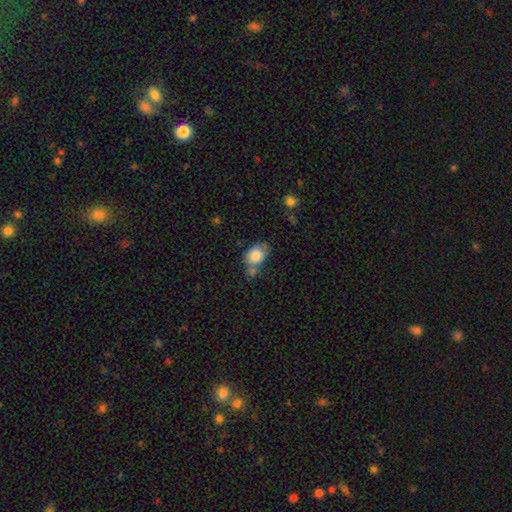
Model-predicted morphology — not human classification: Smooth or featured? Predicted: smooth (p=0.81). How rounded? Predicted: in between (p=0.78). Merging? Predicted: none (p=0.44).